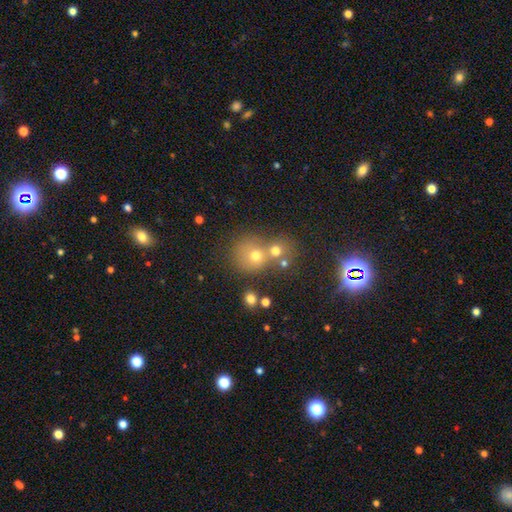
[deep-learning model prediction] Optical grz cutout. It shows a smooth galaxy with no disk features (50%). Merging: none (57%).